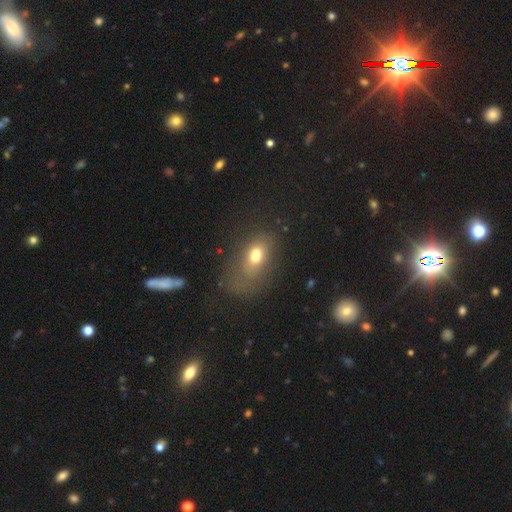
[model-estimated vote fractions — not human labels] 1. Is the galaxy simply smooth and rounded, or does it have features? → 66% smooth, 21% featured or disk, 13% star or artifact.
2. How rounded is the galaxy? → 82% in between, 13% round, 4% cigar-shaped.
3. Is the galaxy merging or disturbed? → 41% none, 26% major disturbance, 24% minor disturbance, 9% merger.